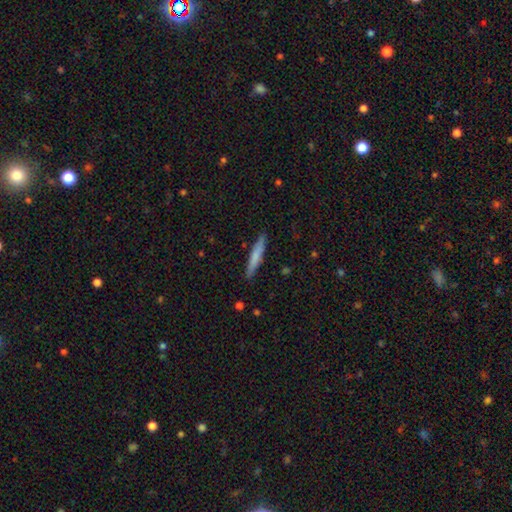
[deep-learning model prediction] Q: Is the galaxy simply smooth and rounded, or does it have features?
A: smooth — 70%.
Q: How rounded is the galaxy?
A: cigar-shaped — 94%.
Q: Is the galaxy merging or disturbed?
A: none — 89%.